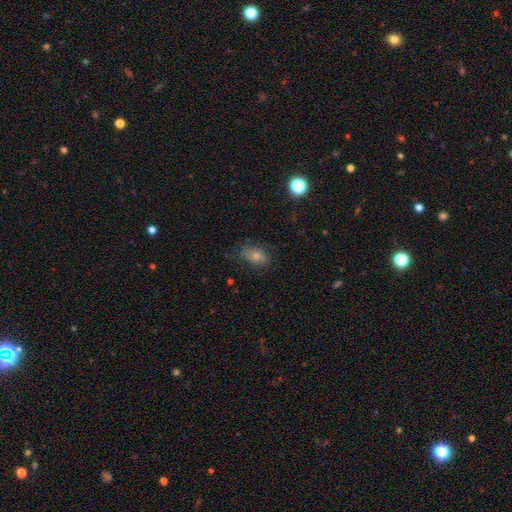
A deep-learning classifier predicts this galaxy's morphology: Smooth or featured? Predicted: smooth (p=0.75). How rounded? Predicted: in between (p=0.86). Merging? Predicted: none (p=0.71).